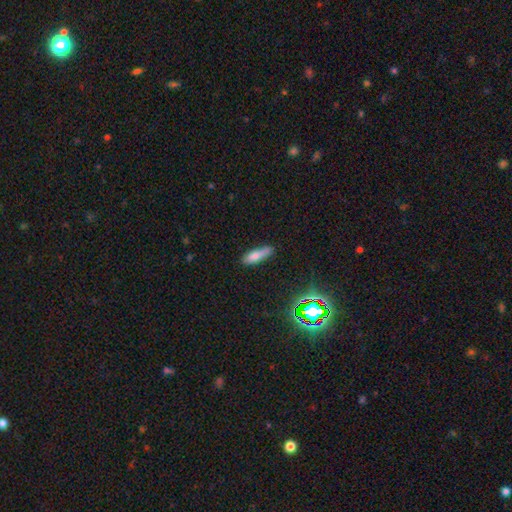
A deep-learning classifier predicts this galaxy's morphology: This is likely a smooth galaxy (75%). How rounded: likely cigar-shaped (61%). Merging: likely none (72%).